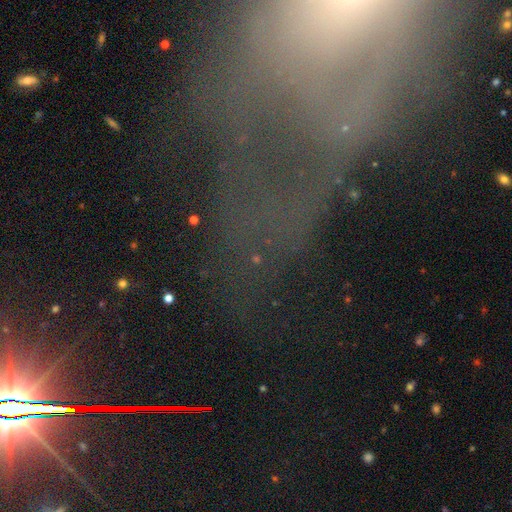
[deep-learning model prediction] Smooth or featured: star or artifact — 54% (featured or disk — 29%)